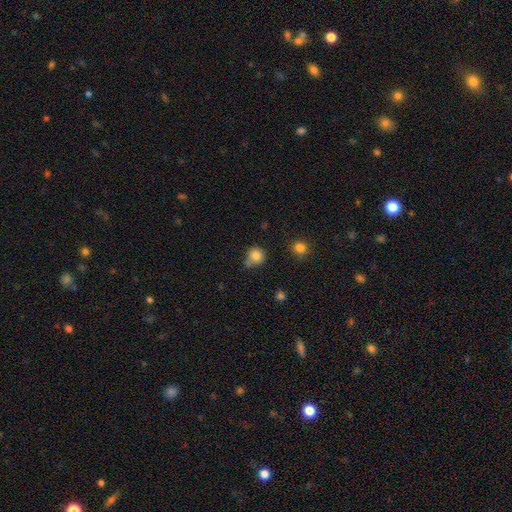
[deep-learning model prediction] Overall: smooth (82%). How rounded: round (89%). Merging: none (63%).